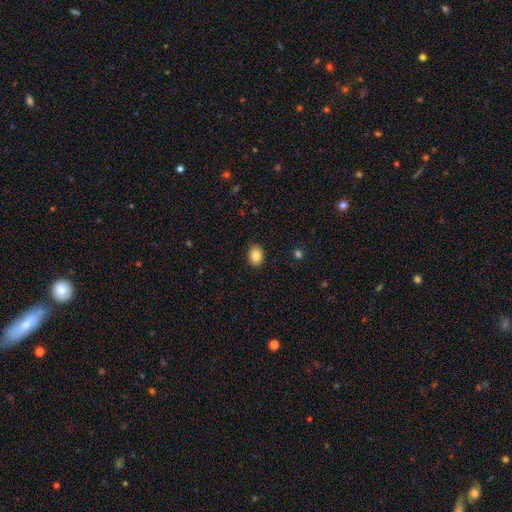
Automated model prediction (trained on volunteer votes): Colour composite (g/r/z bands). It shows a smooth galaxy with no disk features (86%) that is in between round and cigar-shaped (59%). Merging: none (88%).